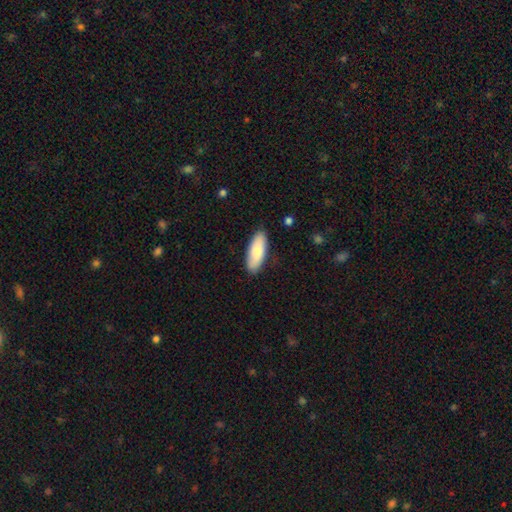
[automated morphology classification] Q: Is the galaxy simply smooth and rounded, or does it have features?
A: smooth — 80%.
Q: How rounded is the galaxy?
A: in between — 75%.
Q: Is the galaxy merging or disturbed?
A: none — 86%.